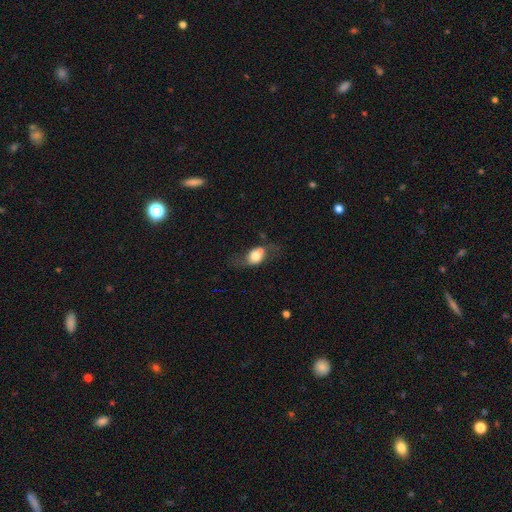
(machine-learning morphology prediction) A smooth galaxy with no disk features (56%) that is in between round and cigar-shaped (61%).

Vote fractions:
- Smooth or featured? smooth: 56% / featured or disk: 35% / star or artifact: 9%
- How rounded? in between: 61% / round: 35% / cigar-shaped: 4%
- Merging? none: 48% / minor disturbance: 22% / major disturbance: 17% / merger: 13%